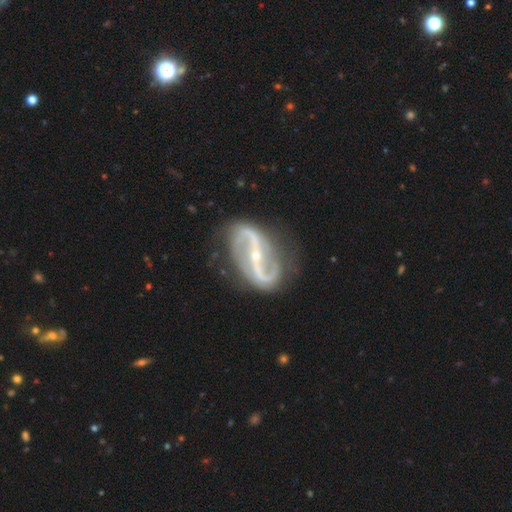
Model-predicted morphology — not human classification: Smooth or featured: featured or disk — 92% (star or artifact — 5%)
Edge-on disk: no — 96% (yes — 4%)
Bar: strong — 66% (weak — 19%)
Spiral arms: yes — 96% (no — 4%)
Spiral winding: loose — 50% (medium — 36%)
Spiral arm count: 2 — 93% (can't tell — 2%)
Bulge size: small — 77% (moderate — 20%)
Merging: none — 77% (minor disturbance — 15%)